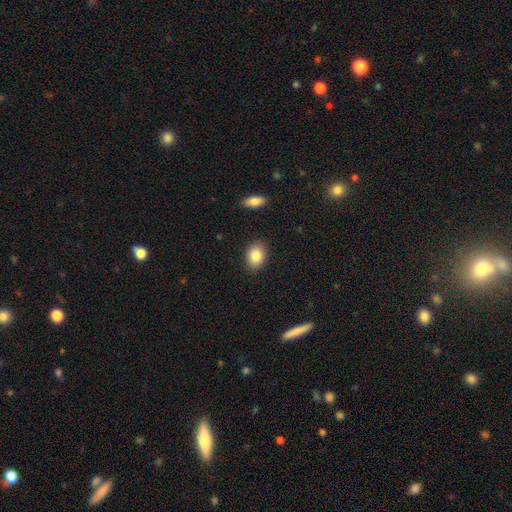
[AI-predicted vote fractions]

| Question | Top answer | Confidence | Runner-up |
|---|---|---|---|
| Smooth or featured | smooth | 85% | star or artifact (8%) |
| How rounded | in between | 71% | round (28%) |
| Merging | none | 87% | minor disturbance (9%) |